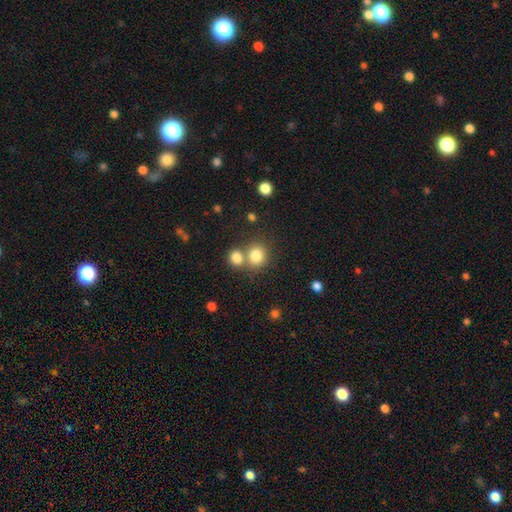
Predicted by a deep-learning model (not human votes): This is clearly a smooth galaxy (81%). How rounded: likely round (79%). Merging: possibly none (52%).